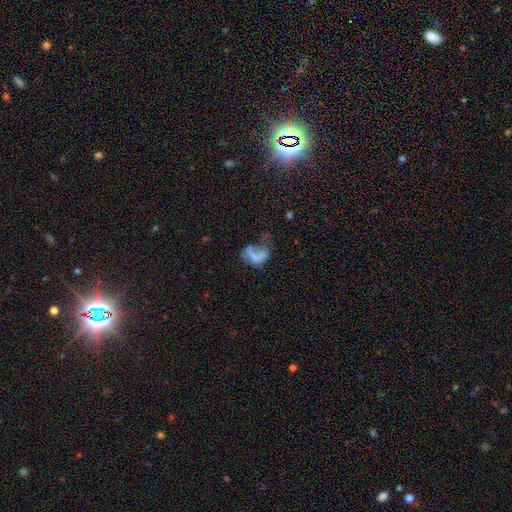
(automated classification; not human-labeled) smooth-or-featured: smooth: 43% | featured or disk: 42% | star or artifact: 14%
  merging: major disturbance: 48% | none: 21% | minor disturbance: 17% | merger: 14%